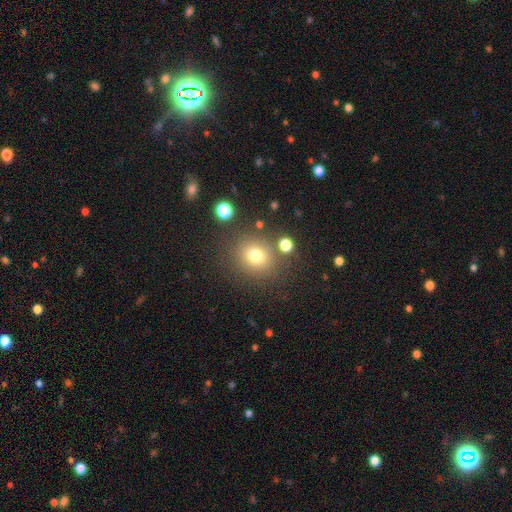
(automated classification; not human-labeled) smooth-or-featured: smooth: 74% | star or artifact: 16% | featured or disk: 10%
  how-rounded: round: 81% | in between: 18% | cigar-shaped: 1%
  merging: none: 80% | minor disturbance: 10% | merger: 6% | major disturbance: 5%